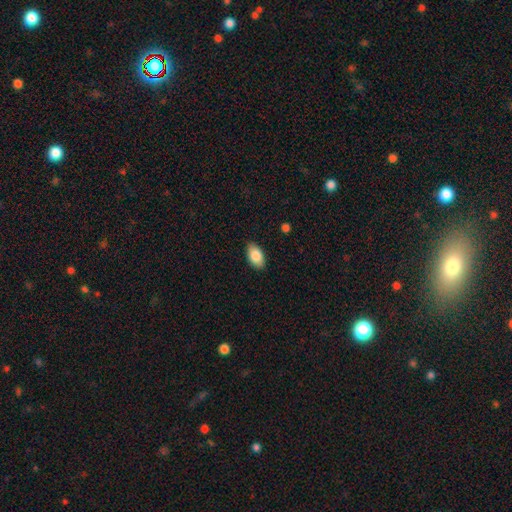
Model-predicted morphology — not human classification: Overall: smooth (86%). How rounded: in between (94%). Merging: none (88%).